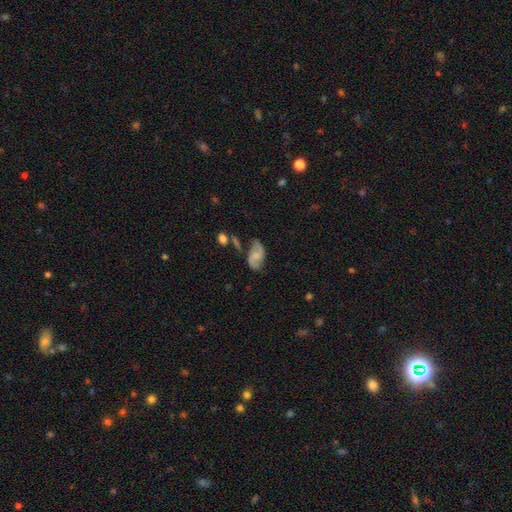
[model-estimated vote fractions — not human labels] Smooth or featured: featured or disk — 74% (smooth — 19%)
Edge-on disk: no — 97% (yes — 3%)
Bar: no — 50% (weak — 41%)
Spiral arms: yes — 93% (no — 7%)
Spiral winding: loose — 46% (medium — 41%)
Spiral arm count: 2 — 90% (can't tell — 4%)
Bulge size: none — 35% (small — 32%)
Merging: none — 66% (minor disturbance — 20%)